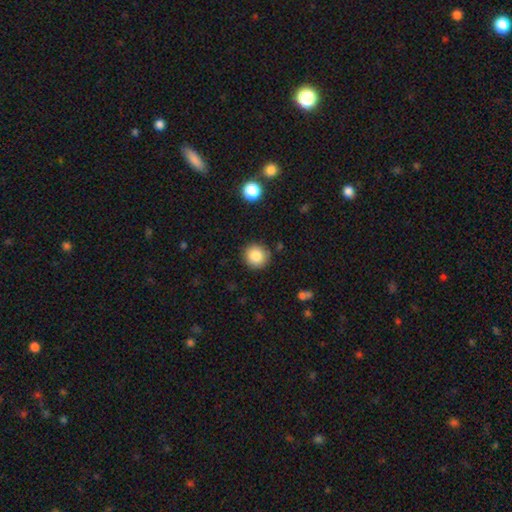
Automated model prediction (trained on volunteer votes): Smooth or featured? smooth (84%)
How rounded? round (91%)
Merging? none (88%)